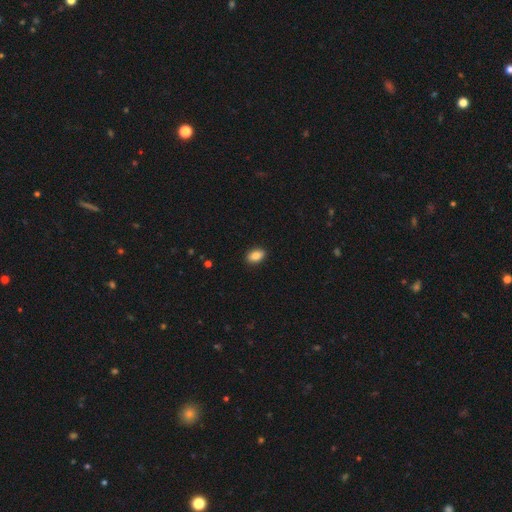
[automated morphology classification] smooth-or-featured: smooth: 87% | star or artifact: 8% | featured or disk: 5%
  how-rounded: in between: 88% | round: 10% | cigar-shaped: 2%
  merging: none: 90% | minor disturbance: 7% | major disturbance: 2% | merger: 1%